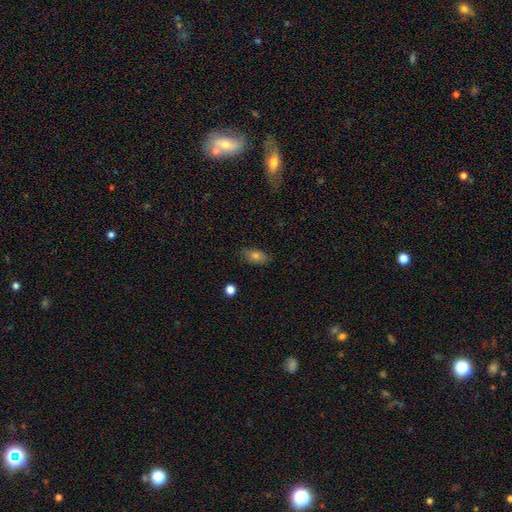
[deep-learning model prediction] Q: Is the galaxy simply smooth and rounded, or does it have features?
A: smooth — 74%.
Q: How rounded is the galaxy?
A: in between — 86%.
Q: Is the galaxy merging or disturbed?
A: none — 82%.